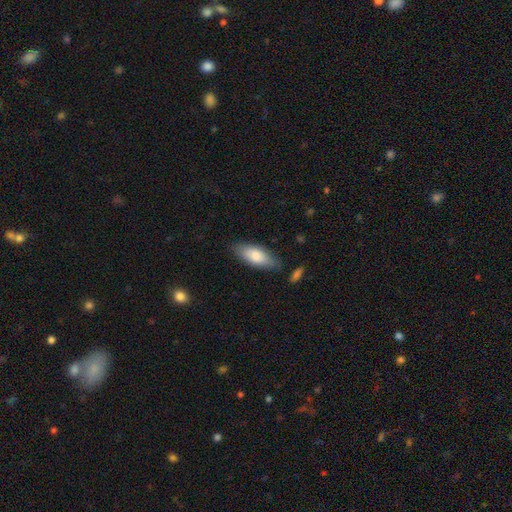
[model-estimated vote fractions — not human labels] The model was most divided on "how rounded": in between: 78%, cigar-shaped: 19%, round: 2%. More confident: merging — none (78%); smooth or featured — smooth (78%).